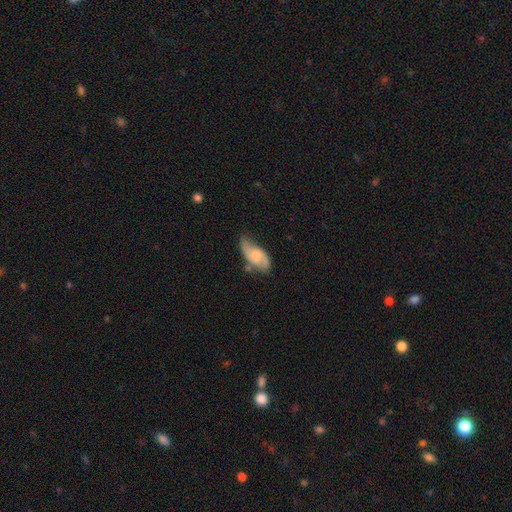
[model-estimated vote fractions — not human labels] Overall: featured or disk (52%; smooth 40%). Edge-on disk: no (94%). Merging: none (49%; minor disturbance 32%).